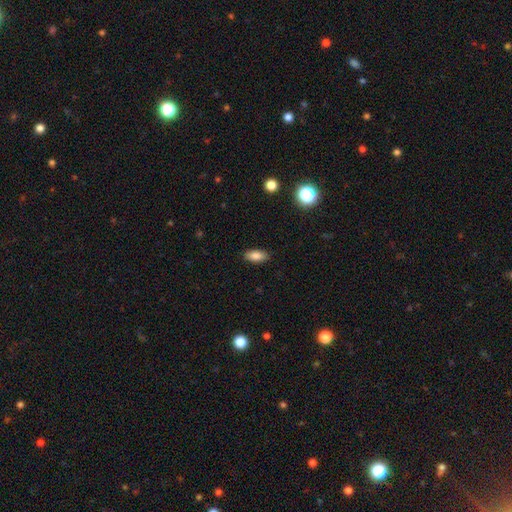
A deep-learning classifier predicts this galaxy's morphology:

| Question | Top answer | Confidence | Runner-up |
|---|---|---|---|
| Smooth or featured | smooth | 85% | star or artifact (8%) |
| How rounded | in between | 87% | cigar-shaped (10%) |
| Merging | none | 88% | minor disturbance (9%) |